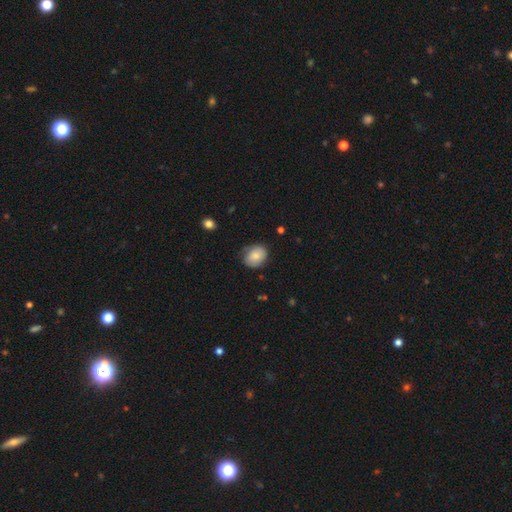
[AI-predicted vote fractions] smooth 77%, featured or disk 15%, star or artifact 8%. Down the decision tree: how rounded — round (53%); merging — none (72%).